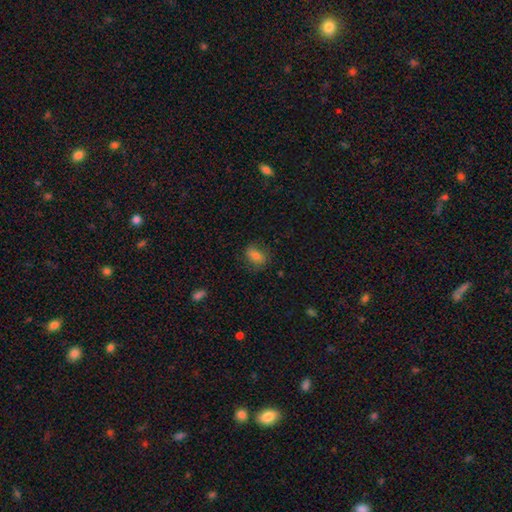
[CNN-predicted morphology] Q: Smooth or featured?
A: smooth (77%); runner-up: featured or disk (12%)
Q: How rounded?
A: in between (71%); runner-up: round (27%)
Q: Merging?
A: none (71%); runner-up: minor disturbance (20%)